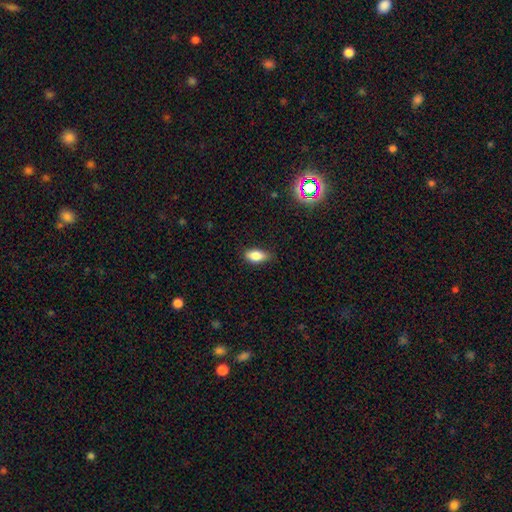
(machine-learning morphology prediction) Smooth or featured? smooth (83%)
How rounded? in between (87%)
Merging? none (77%)